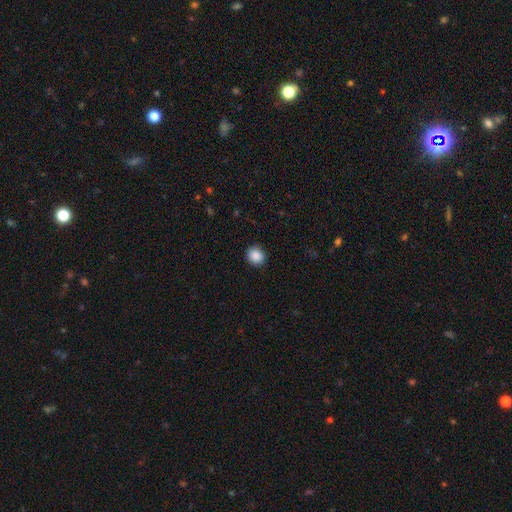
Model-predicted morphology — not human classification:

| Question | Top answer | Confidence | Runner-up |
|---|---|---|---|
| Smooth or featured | smooth | 88% | star or artifact (9%) |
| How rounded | round | 73% | in between (26%) |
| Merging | none | 90% | minor disturbance (7%) |